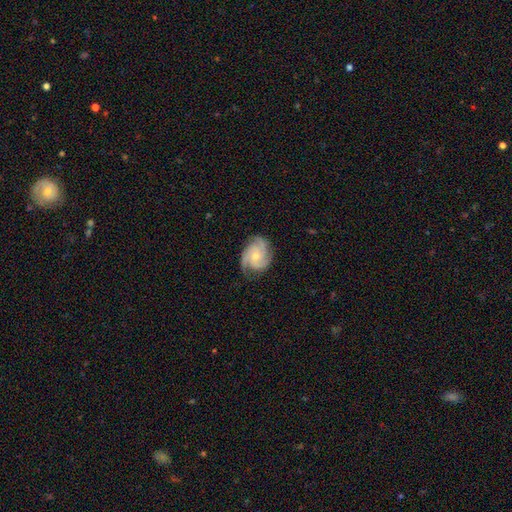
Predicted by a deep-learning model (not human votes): Smooth or featured? featured or disk (85%)
Edge-on disk? no (98%)
Bar? no (76%)
Spiral arms? yes (98%)
Spiral winding? tight (49%)
Spiral arm count? 3 (65%)
Bulge size? small (56%)
Merging? none (74%)